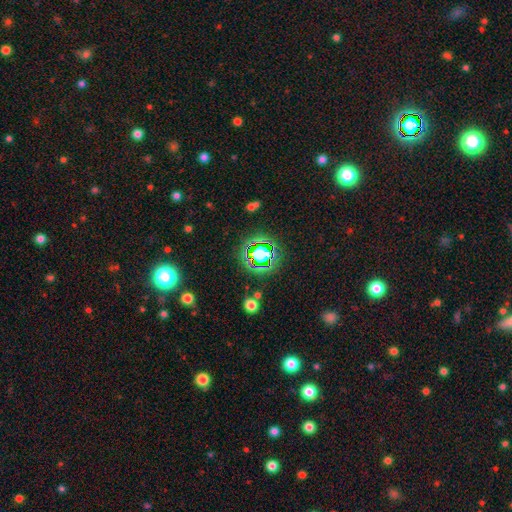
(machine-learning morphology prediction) The model was most divided on "smooth or featured": star or artifact: 60%, smooth: 27%, featured or disk: 12%.